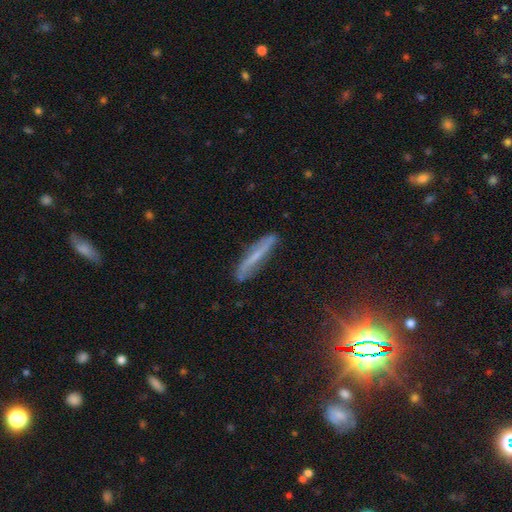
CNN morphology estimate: This appears to be a featured or disk galaxy (53%) viewed edge-on (61%). Merging: none (80%).